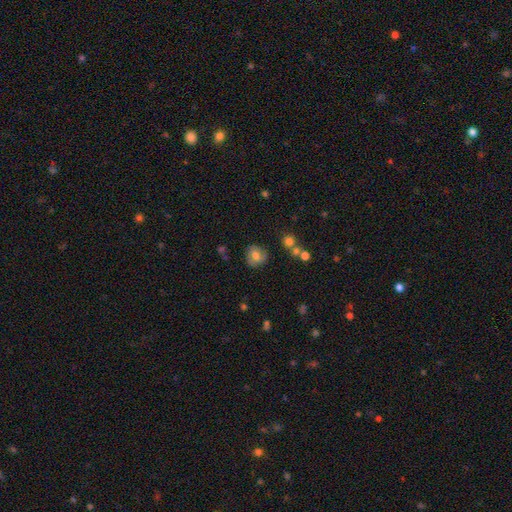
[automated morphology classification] A smooth galaxy with no disk features (68%) that is round (79%).

Vote fractions:
- Smooth or featured? smooth: 68% / featured or disk: 22% / star or artifact: 10%
- How rounded? round: 79% / in between: 20% / cigar-shaped: 1%
- Merging? none: 78% / minor disturbance: 14% / major disturbance: 4% / merger: 4%